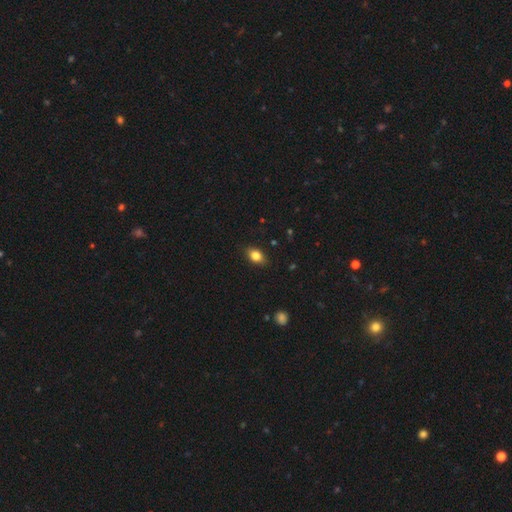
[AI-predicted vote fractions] Smooth or featured? Predicted: smooth (p=0.81). How rounded? Predicted: in between (p=0.79). Merging? Predicted: none (p=0.85).